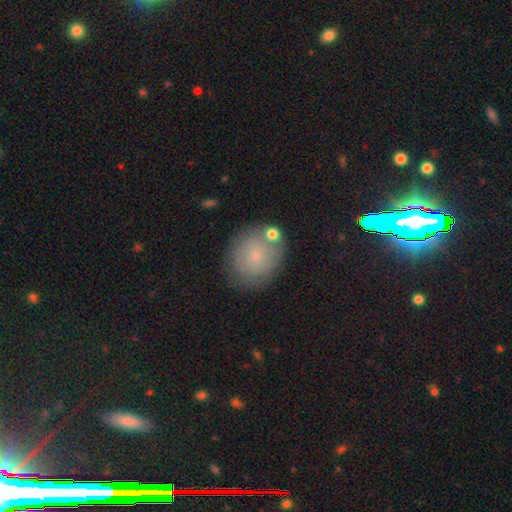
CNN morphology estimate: smooth 64%, featured or disk 26%, star or artifact 10%. Down the decision tree: how rounded — round (76%); merging — none (71%).